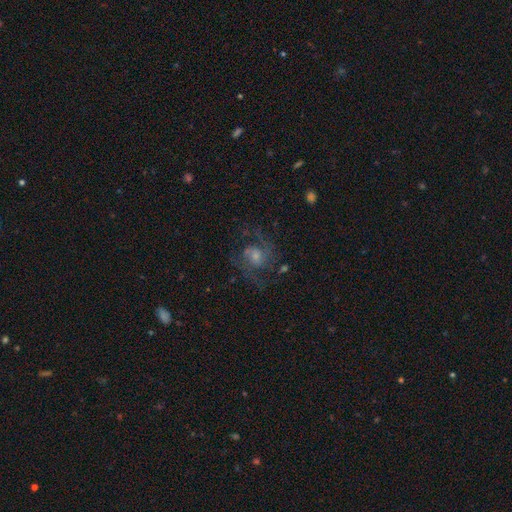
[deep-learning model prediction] smooth_or_featured: featured or disk (p=0.77) [alt: star or artifact p=0.12]
disk_edge_on: no (p=0.98) [alt: yes p=0.02]
bar: no (p=0.57) [alt: weak p=0.36]
has_spiral_arms: yes (p=0.93) [alt: no p=0.07]
spiral_winding: medium (p=0.56) [alt: loose p=0.25]
spiral_arm_count: 2 (p=0.76) [alt: can't tell p=0.10]
bulge_size: small (p=0.44) [alt: moderate p=0.41]
merging: none (p=0.69) [alt: minor disturbance p=0.15]